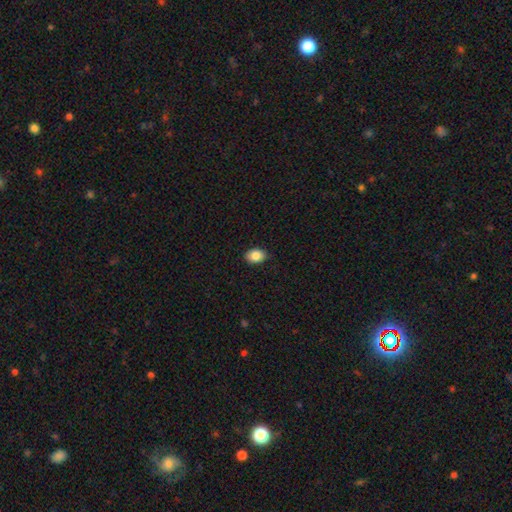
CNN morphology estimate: smooth_or_featured: smooth (p=0.88) [alt: star or artifact p=0.08]
how_rounded: in between (p=0.79) [alt: round p=0.20]
merging: none (p=0.88) [alt: minor disturbance p=0.09]